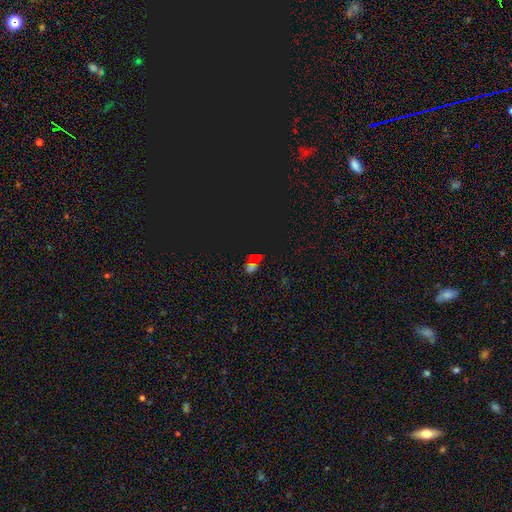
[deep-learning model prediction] The model was most divided on "smooth or featured": star or artifact: 61%, smooth: 29%, featured or disk: 10%.